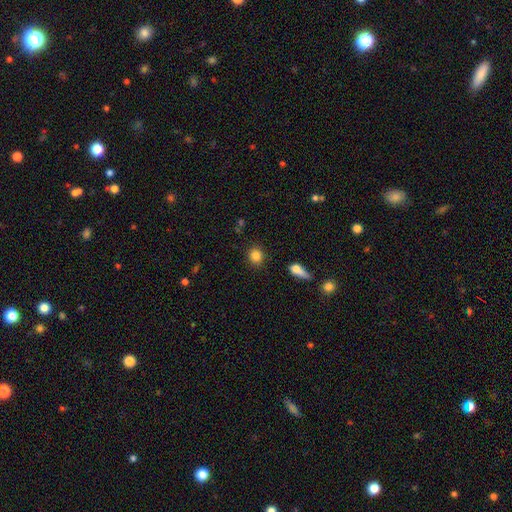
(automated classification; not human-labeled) Overall: smooth (84%). How rounded: round (85%). Merging: none (88%).